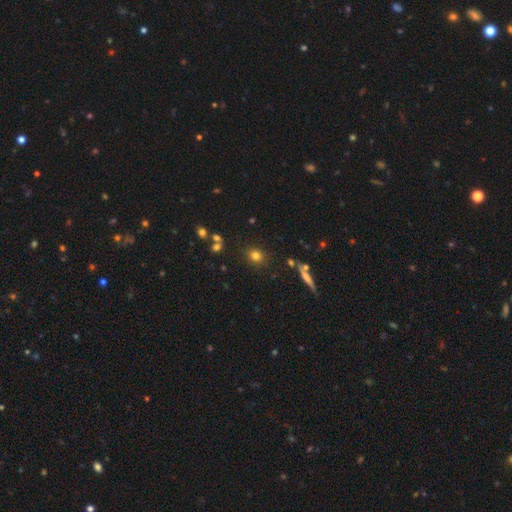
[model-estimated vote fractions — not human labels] Overall: smooth (77%). How rounded: round (79%). Merging: none (84%).